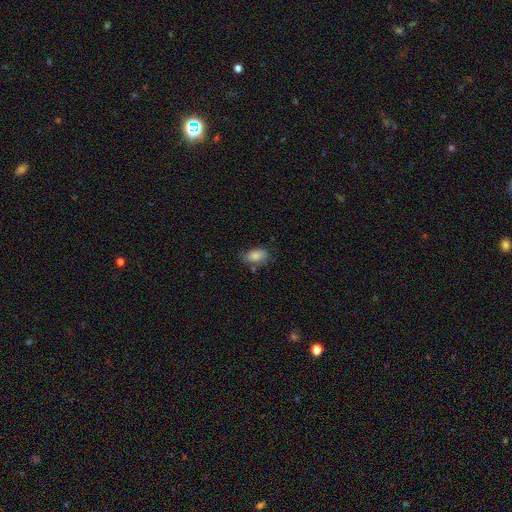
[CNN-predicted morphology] smooth_or_featured: smooth (p=0.84) [alt: star or artifact p=0.08]
how_rounded: in between (p=0.89) [alt: round p=0.09]
merging: none (p=0.67) [alt: minor disturbance p=0.23]